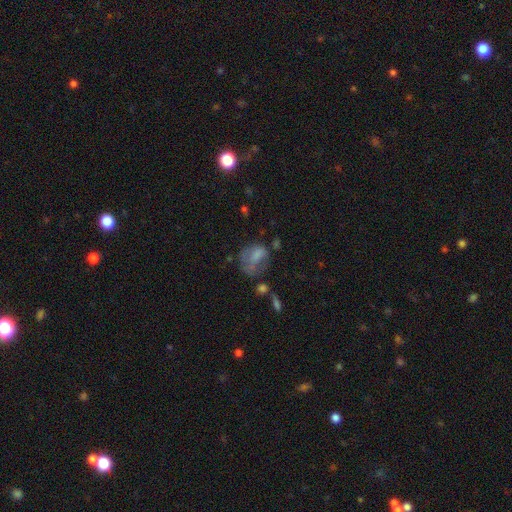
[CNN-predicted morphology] smooth 61%, featured or disk 27%, star or artifact 12%. Down the decision tree: how rounded — in between (61%); merging — major disturbance (35%).